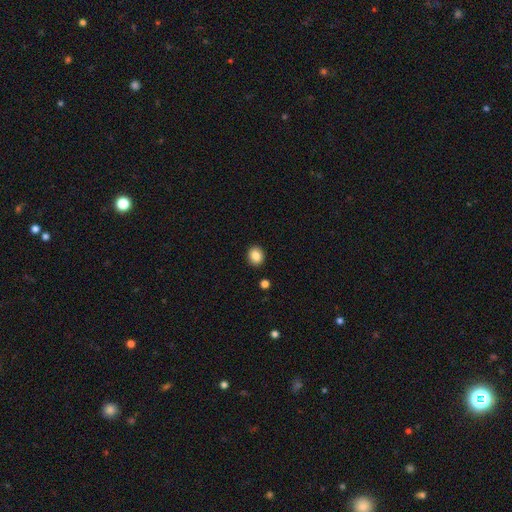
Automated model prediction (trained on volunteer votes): Smooth or featured? Predicted: smooth (p=0.87). How rounded? Predicted: round (p=0.64). Merging? Predicted: none (p=0.91).